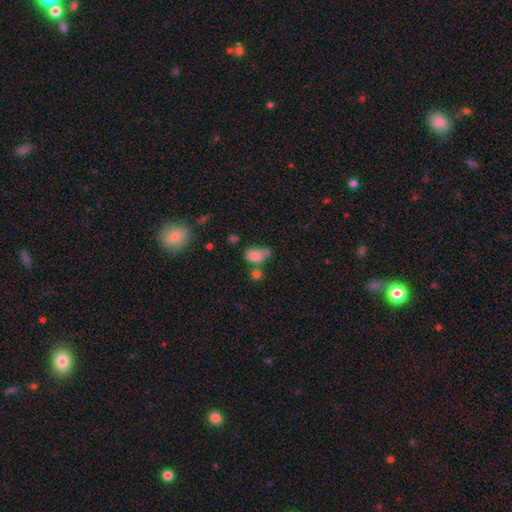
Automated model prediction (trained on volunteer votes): Smooth or featured: smooth — 79% (star or artifact — 12%)
How rounded: in between — 75% (round — 23%)
Merging: none — 38% (merger — 29%)